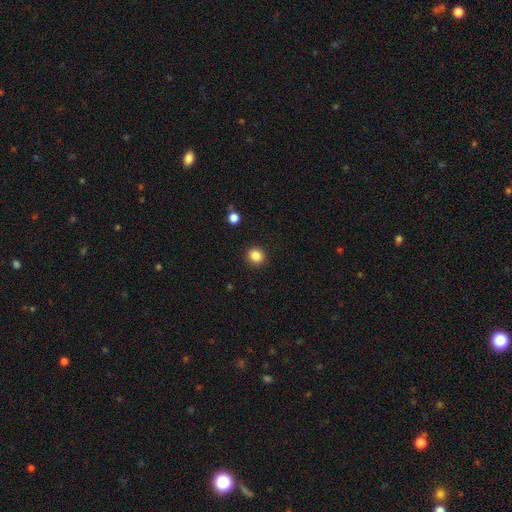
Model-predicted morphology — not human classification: A smooth galaxy with no disk features (85%) that is round (84%). Merging: none (91%).